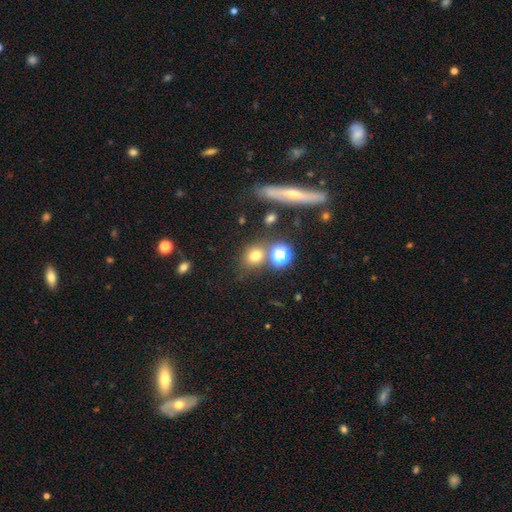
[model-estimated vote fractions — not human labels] This appears to be a smooth galaxy with no disk features (70%) that is round (68%). Merging: none (70%).